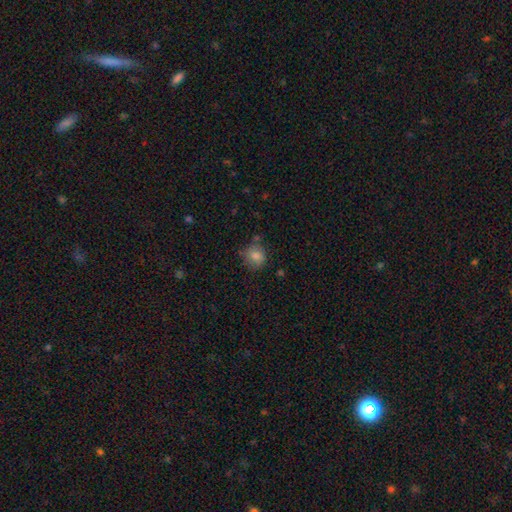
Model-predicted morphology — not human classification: smooth 80%, star or artifact 11%, featured or disk 10%. Down the decision tree: how rounded — round (73%); merging — none (67%).